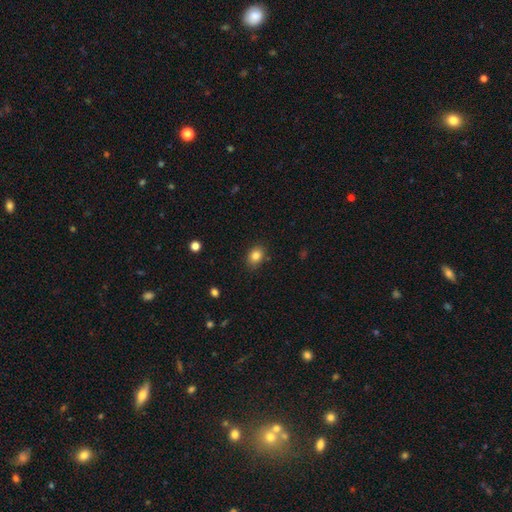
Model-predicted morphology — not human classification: Smooth or featured?
  - smooth: 84% *
  - star or artifact: 10%
  - featured or disk: 6%
How rounded?
  - in between: 63% *
  - round: 36%
  - cigar-shaped: 1%
Merging?
  - none: 83% *
  - minor disturbance: 12%
  - major disturbance: 3%
  - merger: 2%